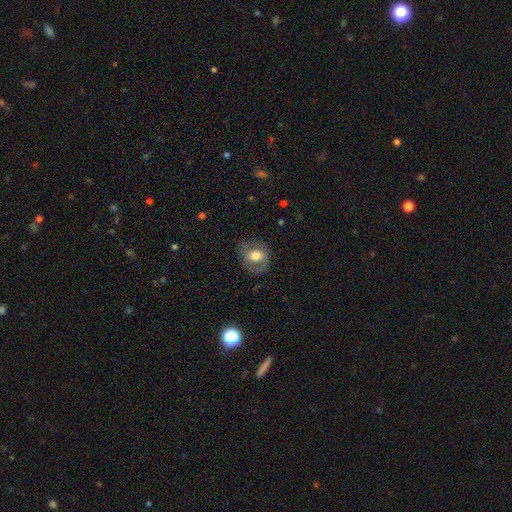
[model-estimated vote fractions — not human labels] Smooth or featured? featured or disk (49%)
Merging? none (69%)